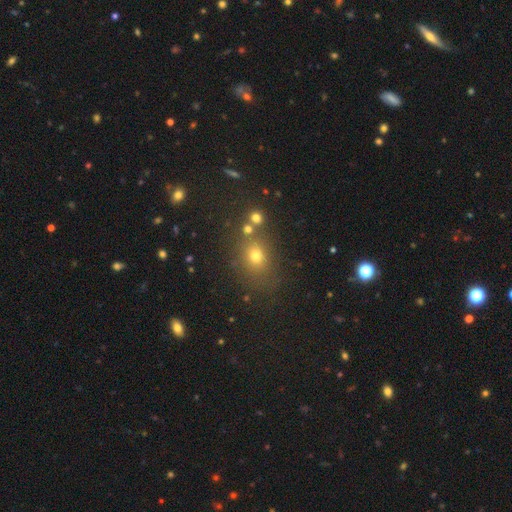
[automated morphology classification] A smooth galaxy with no disk features (68%) that is round (57%).

Vote fractions:
- Smooth or featured? smooth: 68% / star or artifact: 22% / featured or disk: 10%
- How rounded? round: 57% / in between: 41% / cigar-shaped: 1%
- Merging? none: 73% / minor disturbance: 12% / merger: 10% / major disturbance: 5%